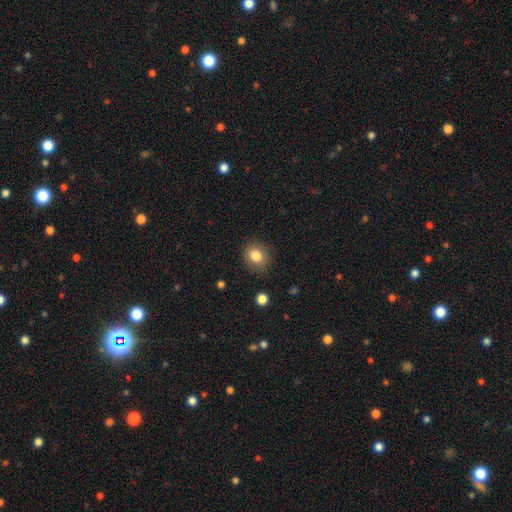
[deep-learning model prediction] Smooth or featured? smooth (83%)
How rounded? round (69%)
Merging? none (86%)